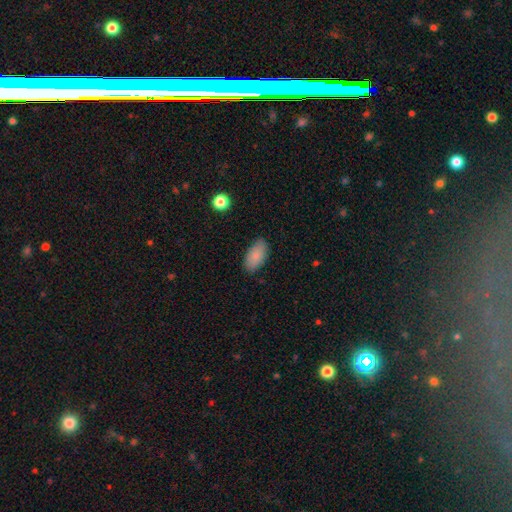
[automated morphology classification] Smooth or featured? Predicted: smooth (p=0.84). How rounded? Predicted: in between (p=0.93). Merging? Predicted: none (p=0.83).